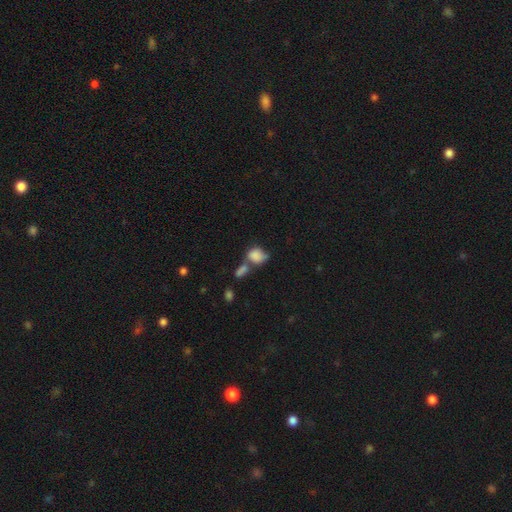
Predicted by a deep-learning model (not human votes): This appears to be a smooth galaxy with no disk features (81%) that is in between round and cigar-shaped (60%). Merging: merger (50%).